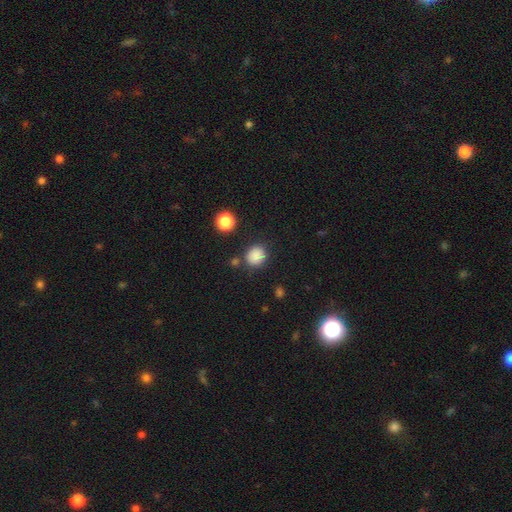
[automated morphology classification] smooth 85%, star or artifact 11%, featured or disk 4%. Down the decision tree: how rounded — round (74%); merging — none (78%).